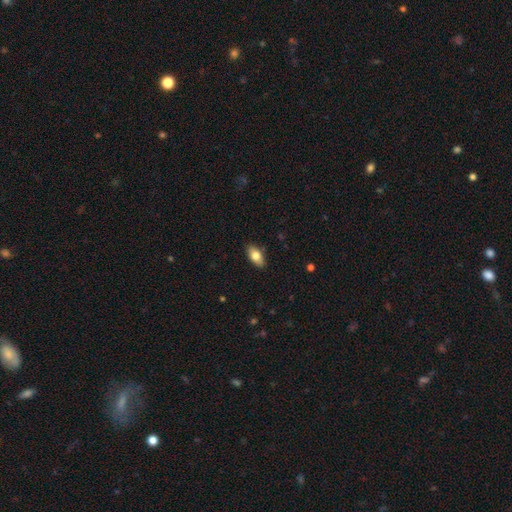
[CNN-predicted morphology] Overall: smooth (77%). How rounded: in between (89%). Merging: none (88%).